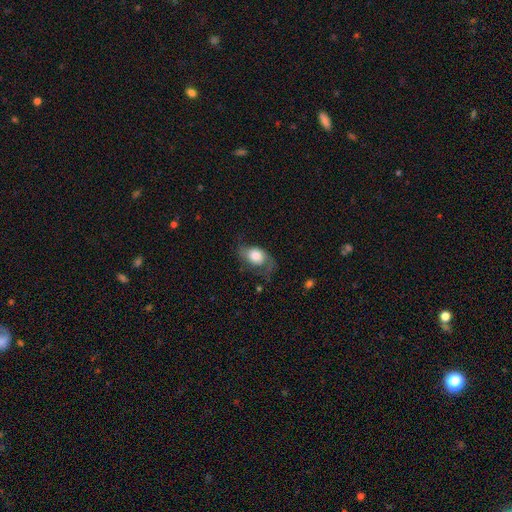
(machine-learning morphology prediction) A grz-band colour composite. It shows a smooth galaxy with no disk features (49%). Merging: none (47%).